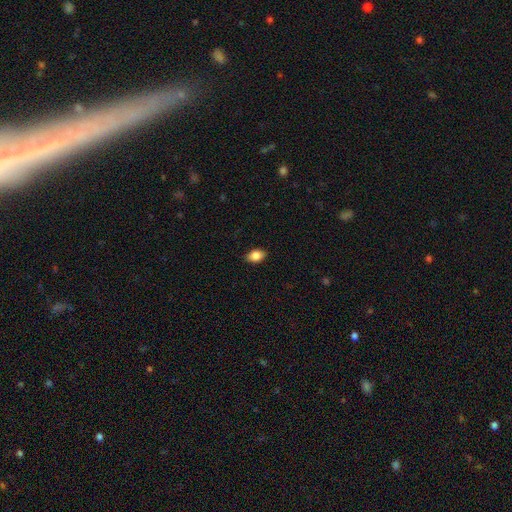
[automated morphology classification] The model was most divided on "how rounded": in between: 86%, round: 12%, cigar-shaped: 2%. More confident: merging — none (87%); smooth or featured — smooth (86%).